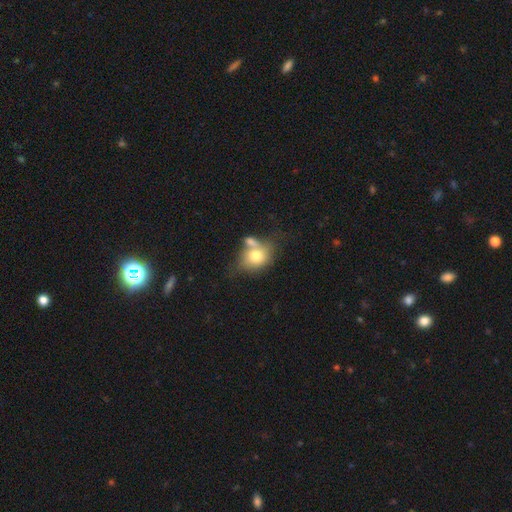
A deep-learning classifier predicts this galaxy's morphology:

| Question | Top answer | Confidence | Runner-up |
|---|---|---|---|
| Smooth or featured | smooth | 71% | featured or disk (20%) |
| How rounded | in between | 52% | round (46%) |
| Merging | merger | 38% | none (36%) |